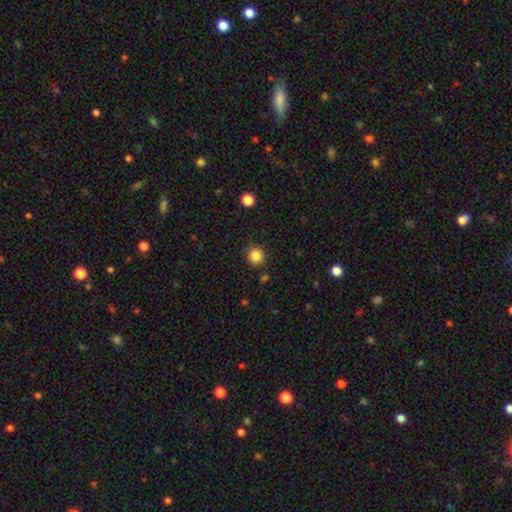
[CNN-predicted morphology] The model was most divided on "smooth or featured": smooth: 85%, star or artifact: 11%, featured or disk: 4%. More confident: how rounded — round (93%); merging — none (88%).